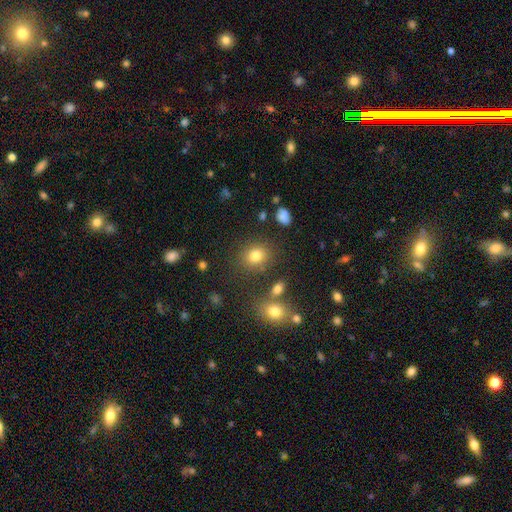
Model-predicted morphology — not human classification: smooth-or-featured: smooth: 79% | star or artifact: 13% | featured or disk: 7%
  how-rounded: round: 61% | in between: 37% | cigar-shaped: 1%
  merging: none: 79% | minor disturbance: 11% | merger: 6% | major disturbance: 5%